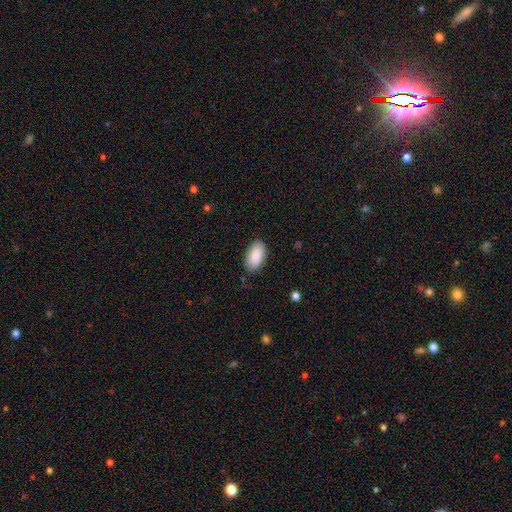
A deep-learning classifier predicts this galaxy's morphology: Smooth or featured: smooth — 89% (star or artifact — 6%)
How rounded: in between — 95% (round — 3%)
Merging: none — 83% (minor disturbance — 13%)